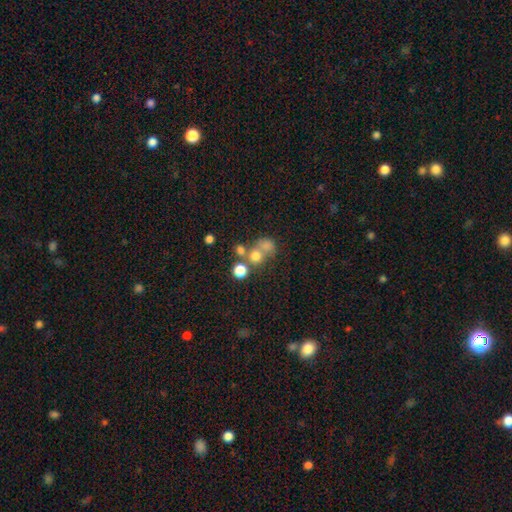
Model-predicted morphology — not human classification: A smooth galaxy with no disk features (66%) that is round (81%).

Vote fractions:
- Smooth or featured? smooth: 66% / star or artifact: 17% / featured or disk: 16%
- How rounded? round: 81% / in between: 18% / cigar-shaped: 1%
- Merging? merger: 45% / none: 40% / minor disturbance: 8% / major disturbance: 7%